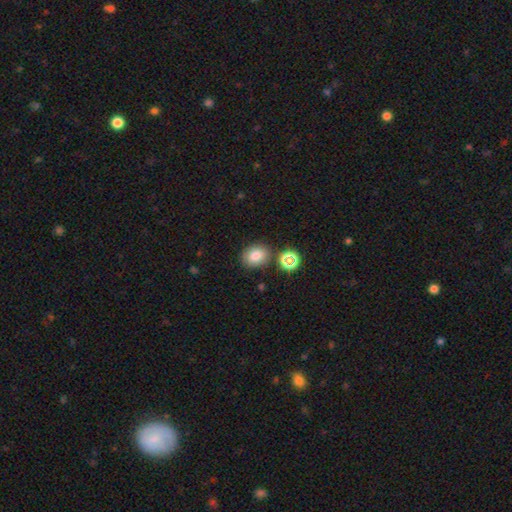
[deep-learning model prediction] The model was most divided on "how rounded": round: 52%, in between: 47%, cigar-shaped: 1%. More confident: smooth or featured — smooth (80%); merging — none (79%).